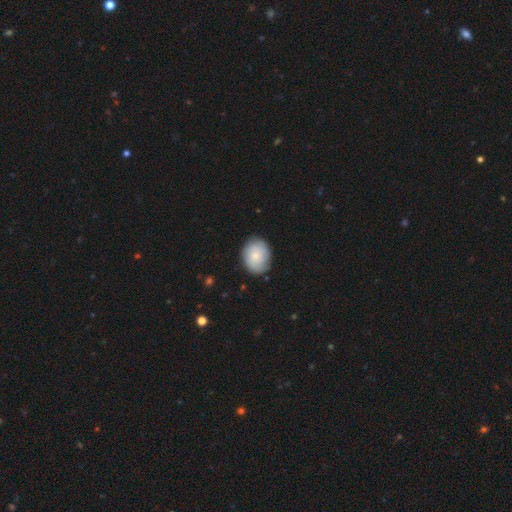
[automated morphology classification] type=smooth (64%); roundness=in between (52%); merging=none (79%).